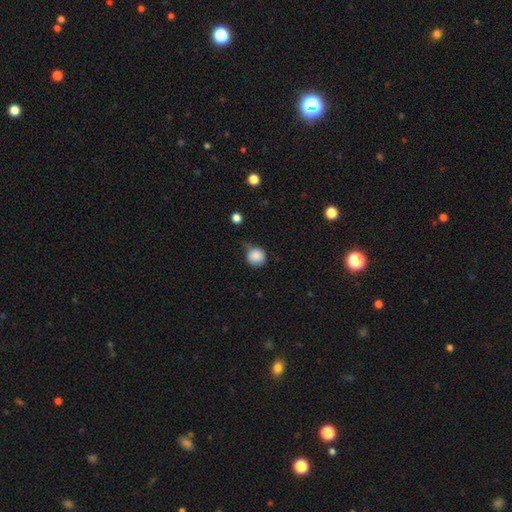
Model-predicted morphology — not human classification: Q: Smooth or featured?
A: smooth (85%); runner-up: star or artifact (9%)
Q: How rounded?
A: round (88%); runner-up: in between (11%)
Q: Merging?
A: none (43%); runner-up: minor disturbance (40%)